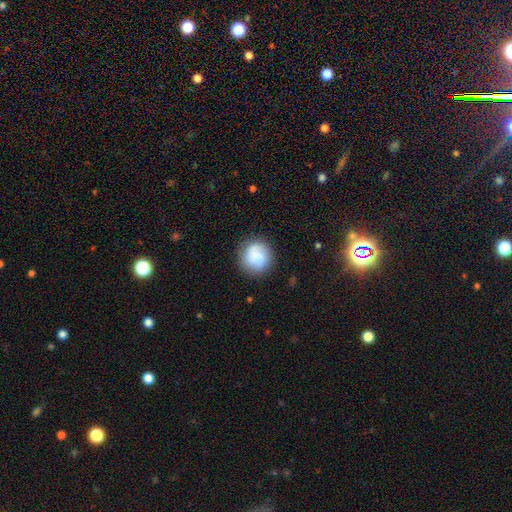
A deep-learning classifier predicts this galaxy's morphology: A smooth galaxy with no disk features (69%) that is round (90%).

Vote fractions:
- Smooth or featured? smooth: 69% / featured or disk: 24% / star or artifact: 8%
- How rounded? round: 90% / in between: 9% / cigar-shaped: 1%
- Merging? none: 80% / minor disturbance: 13% / major disturbance: 5% / merger: 2%